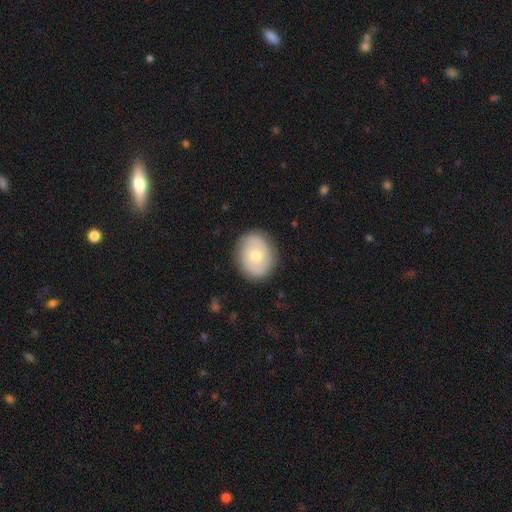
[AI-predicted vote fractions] Overall: smooth (56%; featured or disk 37%). How rounded: round (58%; in between 41%). Merging: none (85%).